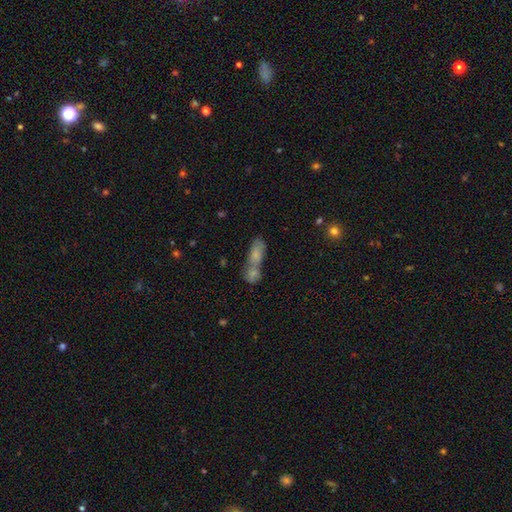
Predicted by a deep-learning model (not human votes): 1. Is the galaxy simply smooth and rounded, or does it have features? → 66% smooth, 21% featured or disk, 13% star or artifact.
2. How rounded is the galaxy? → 62% in between, 29% cigar-shaped, 9% round.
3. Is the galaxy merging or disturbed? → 63% merger, 24% none, 8% minor disturbance, 5% major disturbance.